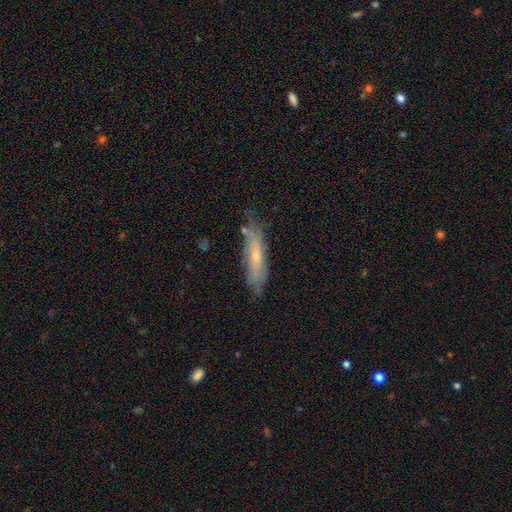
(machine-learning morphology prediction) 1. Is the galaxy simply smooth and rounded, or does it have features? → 47% smooth, 45% featured or disk, 7% star or artifact.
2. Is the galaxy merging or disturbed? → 71% none, 21% minor disturbance, 5% major disturbance, 3% merger.